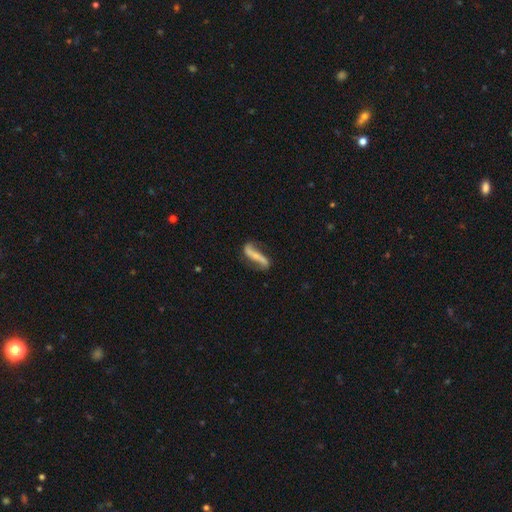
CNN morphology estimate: This appears to be a featured or disk galaxy (72%) with a strong bar (48%), 2 (89%) loose (83%) spiral arms (88%) and a small central bulge (49%). Merging: none (63%).